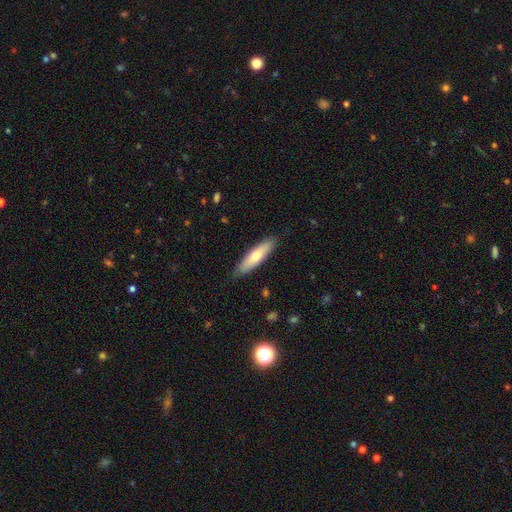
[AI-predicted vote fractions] Morphology: type=smooth (61%); roundness=cigar-shaped (64%); merging=none (85%).